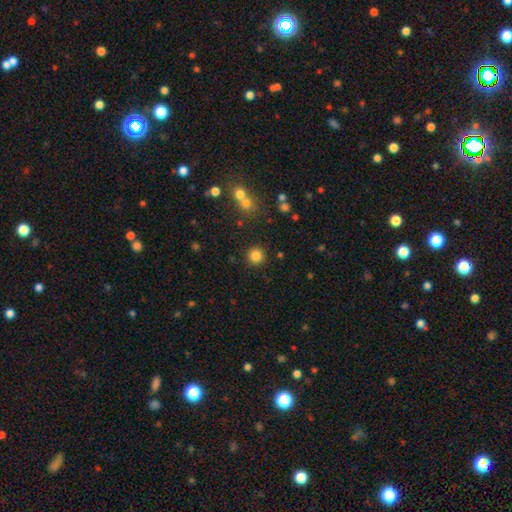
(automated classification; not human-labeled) Smooth or featured: smooth — 83% (star or artifact — 13%)
How rounded: round — 95% (in between — 4%)
Merging: none — 89% (minor disturbance — 5%)